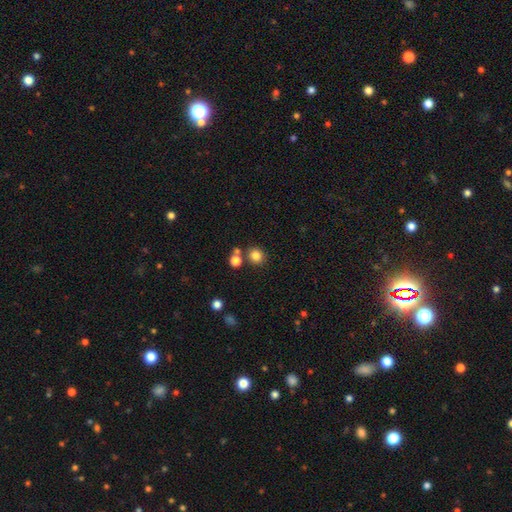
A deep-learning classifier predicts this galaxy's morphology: A smooth galaxy with no disk features (82%) that is round (86%).

Vote fractions:
- Smooth or featured? smooth: 82% / star or artifact: 13% / featured or disk: 5%
- How rounded? round: 86% / in between: 13% / cigar-shaped: 1%
- Merging? none: 76% / merger: 13% / minor disturbance: 8% / major disturbance: 3%